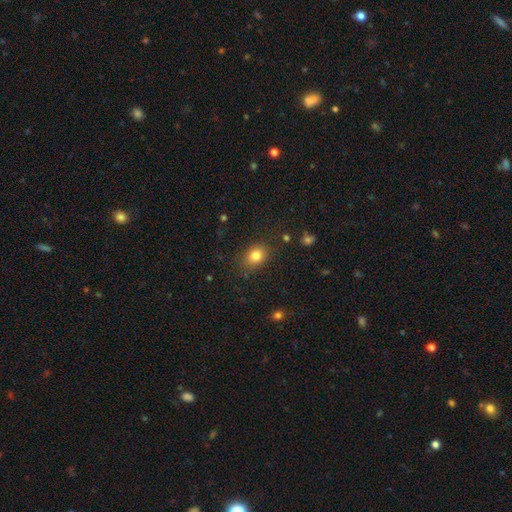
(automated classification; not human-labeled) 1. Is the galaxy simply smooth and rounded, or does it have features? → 82% smooth, 11% star or artifact, 7% featured or disk.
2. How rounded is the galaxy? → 61% in between, 38% round, 1% cigar-shaped.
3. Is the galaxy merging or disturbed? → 81% none, 14% minor disturbance, 4% major disturbance, 2% merger.